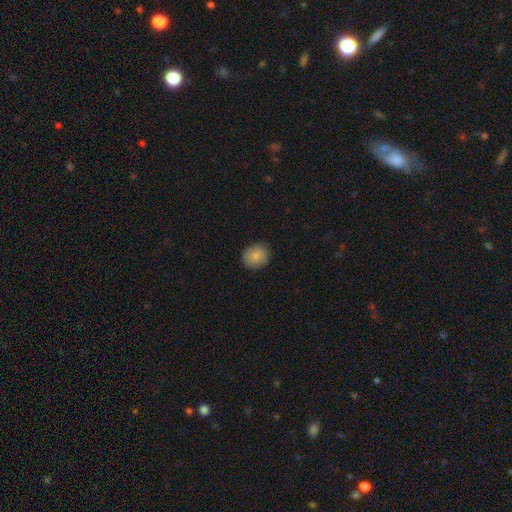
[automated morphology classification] Smooth or featured? smooth (86%)
How rounded? round (63%)
Merging? none (88%)